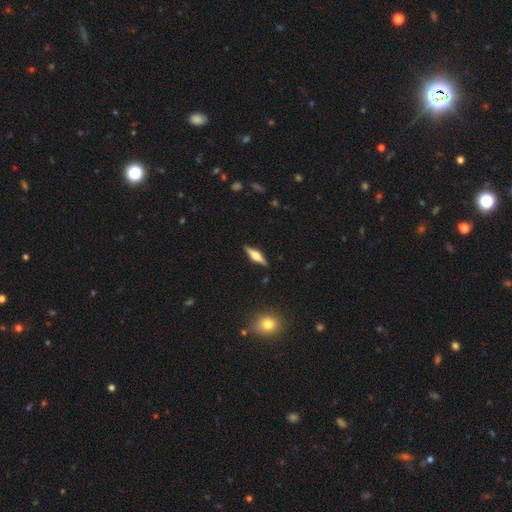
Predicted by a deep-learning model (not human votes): Smooth or featured?
  - featured or disk: 65% *
  - smooth: 29%
  - star or artifact: 6%
Edge-on disk?
  - yes: 97% *
  - no: 3%
Edge-on bulge?
  - rounded: 87% *
  - boxy: 10%
  - none: 2%
Merging?
  - none: 90% *
  - minor disturbance: 8%
  - major disturbance: 2%
  - merger: 1%